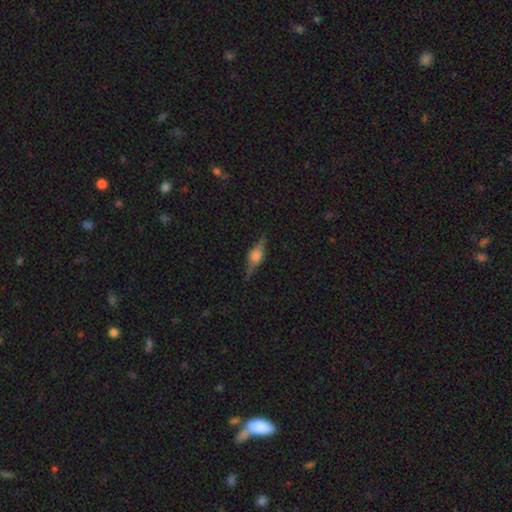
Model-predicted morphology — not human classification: Q: Smooth or featured?
A: featured or disk (71%); runner-up: smooth (20%)
Q: Edge-on disk?
A: yes (96%); runner-up: no (4%)
Q: Edge-on bulge?
A: rounded (87%); runner-up: boxy (11%)
Q: Merging?
A: none (85%); runner-up: minor disturbance (11%)